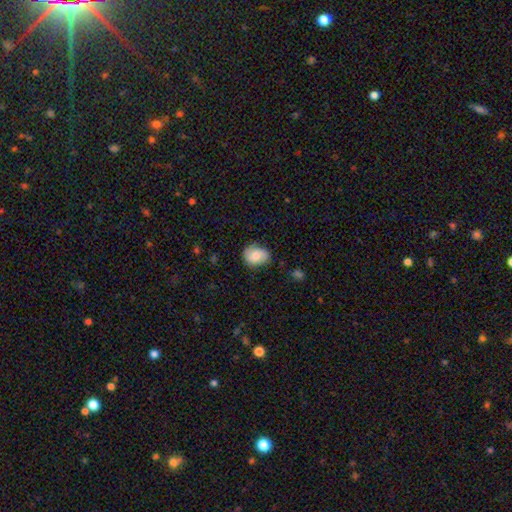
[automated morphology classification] Smooth or featured?
  - smooth: 60% *
  - featured or disk: 33%
  - star or artifact: 8%
How rounded?
  - in between: 60% *
  - round: 39%
  - cigar-shaped: 1%
Merging?
  - none: 73% *
  - minor disturbance: 21%
  - major disturbance: 5%
  - merger: 1%